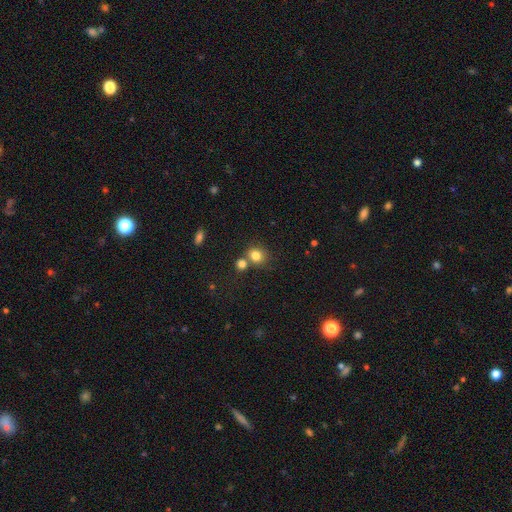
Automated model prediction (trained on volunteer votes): Smooth or featured? smooth (81%)
How rounded? round (73%)
Merging? none (57%)